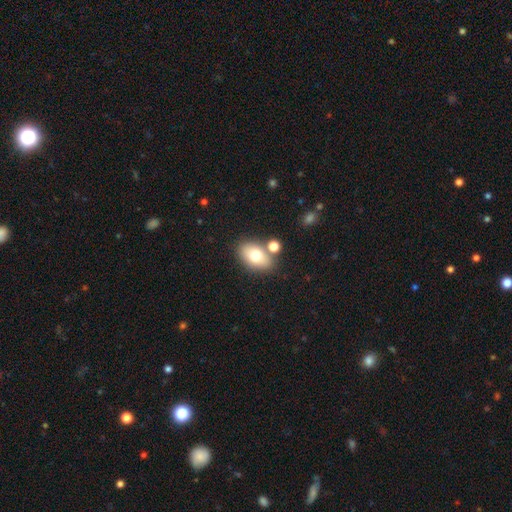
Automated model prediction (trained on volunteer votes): Smooth or featured: smooth — 71% (featured or disk — 20%)
How rounded: in between — 82% (round — 17%)
Merging: none — 69% (merger — 15%)